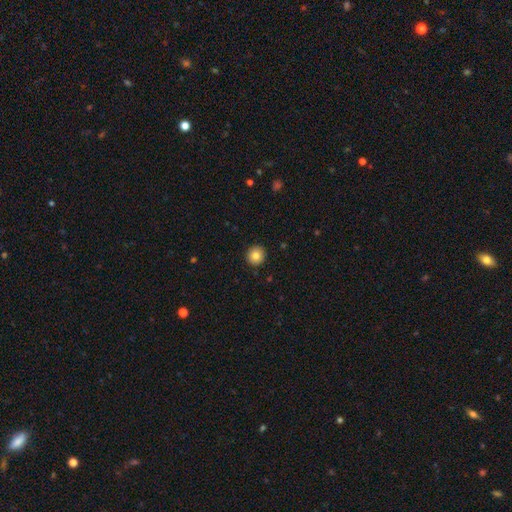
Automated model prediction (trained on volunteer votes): Smooth or featured?
  - smooth: 82% *
  - star or artifact: 9%
  - featured or disk: 8%
How rounded?
  - round: 94% *
  - in between: 5%
  - cigar-shaped: 1%
Merging?
  - none: 92% *
  - minor disturbance: 5%
  - major disturbance: 1%
  - merger: 1%